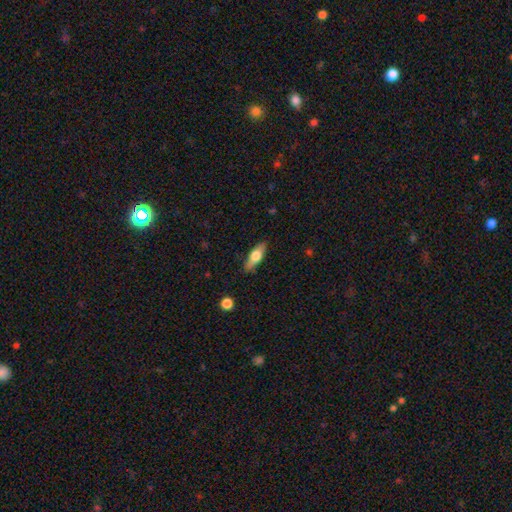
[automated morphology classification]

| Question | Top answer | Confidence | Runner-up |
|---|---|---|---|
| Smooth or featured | smooth | 56% | featured or disk (38%) |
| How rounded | in between | 56% | cigar-shaped (41%) |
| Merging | none | 84% | minor disturbance (12%) |